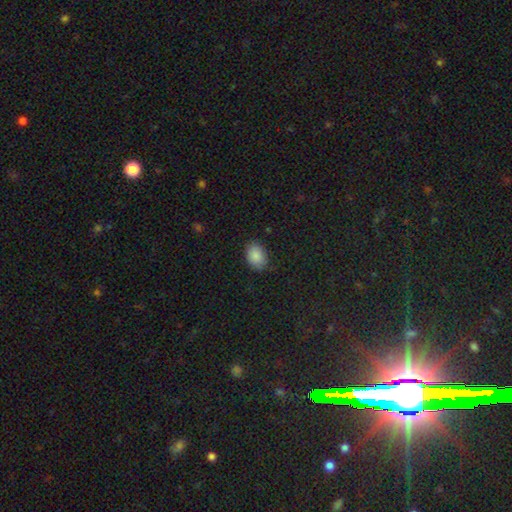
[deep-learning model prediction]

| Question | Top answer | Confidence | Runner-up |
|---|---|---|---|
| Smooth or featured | smooth | 87% | star or artifact (8%) |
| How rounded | in between | 79% | round (20%) |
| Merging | none | 84% | minor disturbance (12%) |